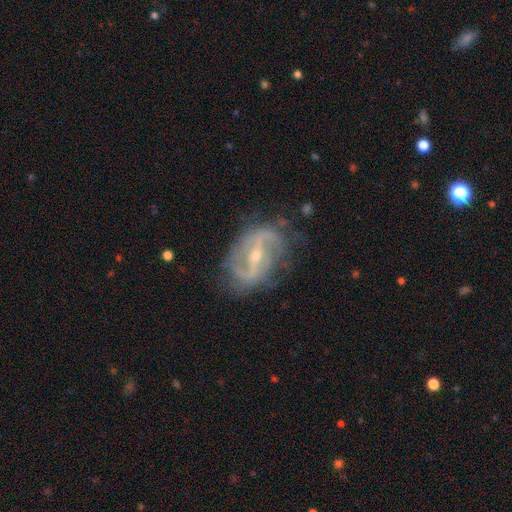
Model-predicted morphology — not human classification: smooth-or-featured: featured or disk: 87% | star or artifact: 7% | smooth: 6%
  disk-edge-on: no: 94% | yes: 6%
    bar: strong: 60% | weak: 29% | no: 11%
    has-spiral-arms: yes: 90% | no: 10%
      spiral-winding: loose: 42% | medium: 39% | tight: 18%
      spiral-arm-count: 2: 83% | can't tell: 8% | 3: 3% | 1: 3% | 4: 2% | more than 4: 1%
    bulge-size: small: 61% | moderate: 36% | large: 1% | none: 1% | dominant: 1%
  merging: none: 70% | minor disturbance: 20% | major disturbance: 9% | merger: 2%